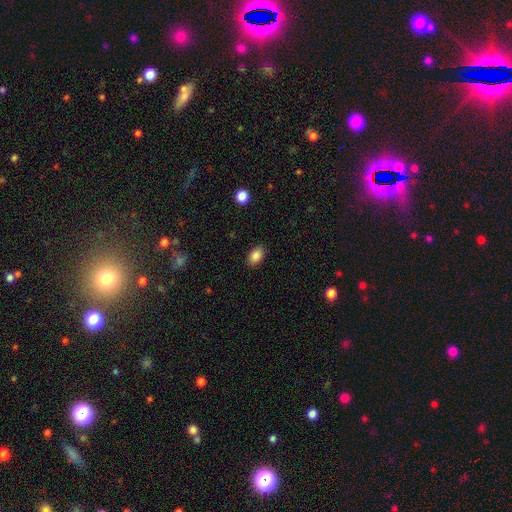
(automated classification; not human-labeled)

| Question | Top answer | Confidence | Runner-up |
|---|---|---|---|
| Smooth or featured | smooth | 87% | star or artifact (9%) |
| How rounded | in between | 83% | round (15%) |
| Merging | none | 87% | minor disturbance (10%) |